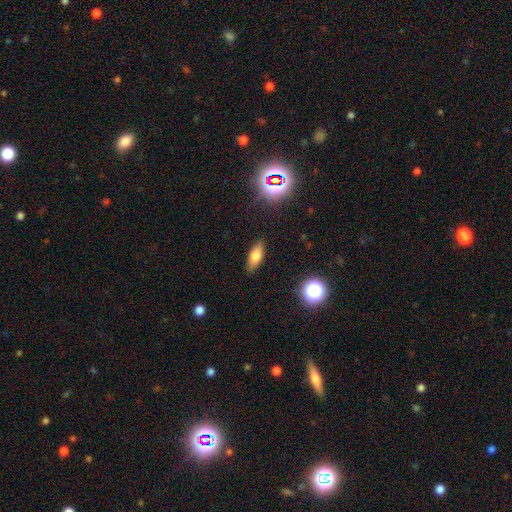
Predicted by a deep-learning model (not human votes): Smooth or featured?
  - smooth: 73% *
  - featured or disk: 16%
  - star or artifact: 11%
How rounded?
  - in between: 78% *
  - cigar-shaped: 18%
  - round: 4%
Merging?
  - none: 86% *
  - minor disturbance: 10%
  - major disturbance: 2%
  - merger: 1%